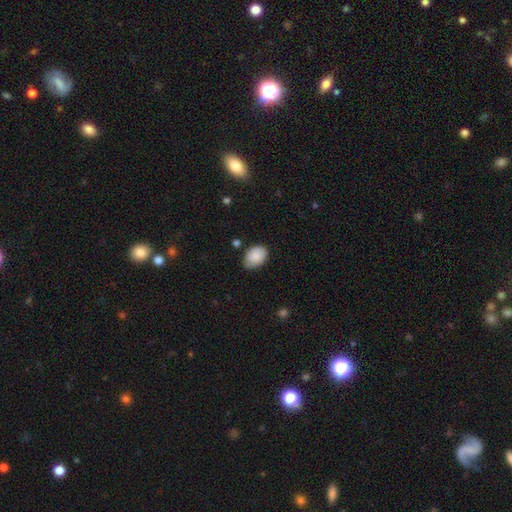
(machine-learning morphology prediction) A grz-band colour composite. It shows a smooth galaxy with no disk features (88%) that is in between round and cigar-shaped (80%). Merging: none (67%).